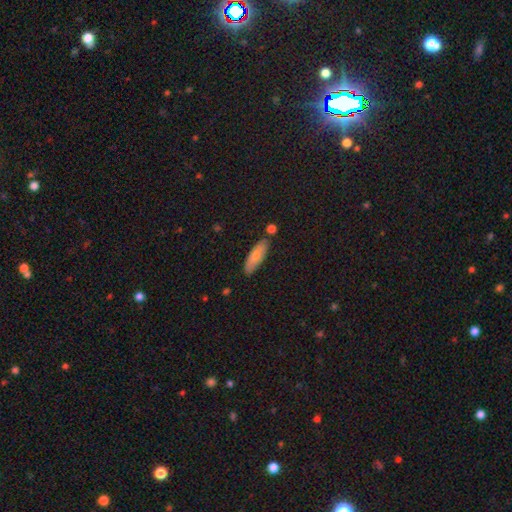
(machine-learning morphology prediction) smooth-or-featured: smooth: 78% | featured or disk: 15% | star or artifact: 6%
  how-rounded: in between: 55% | cigar-shaped: 43% | round: 2%
  merging: none: 80% | minor disturbance: 13% | merger: 5% | major disturbance: 2%